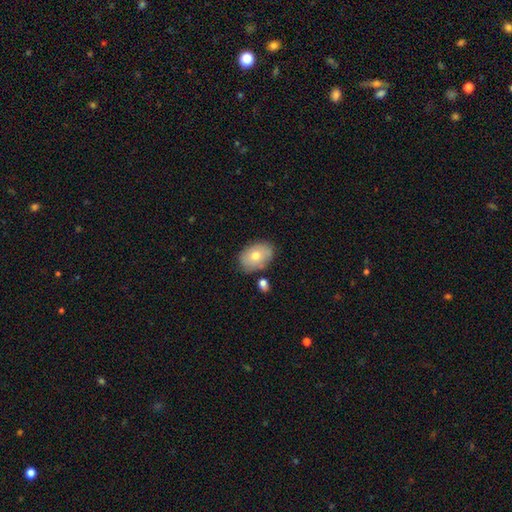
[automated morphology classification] smooth-or-featured: smooth: 70% | featured or disk: 22% | star or artifact: 8%
  how-rounded: in between: 81% | round: 18% | cigar-shaped: 1%
  merging: none: 76% | minor disturbance: 15% | merger: 6% | major disturbance: 3%